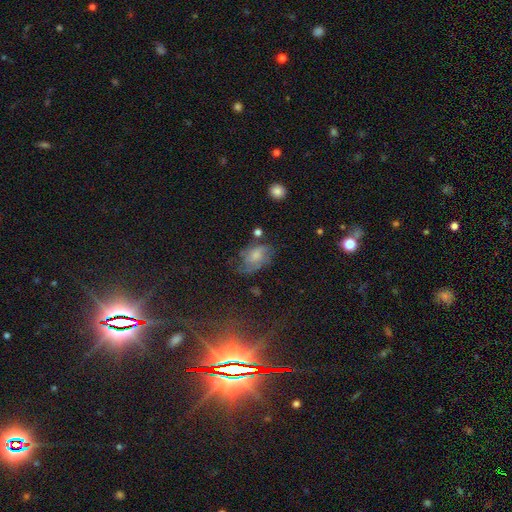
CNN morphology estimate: Smooth or featured?
  - featured or disk: 50% *
  - smooth: 38%
  - star or artifact: 12%
Merging?
  - none: 44% *
  - minor disturbance: 27%
  - major disturbance: 24%
  - merger: 5%